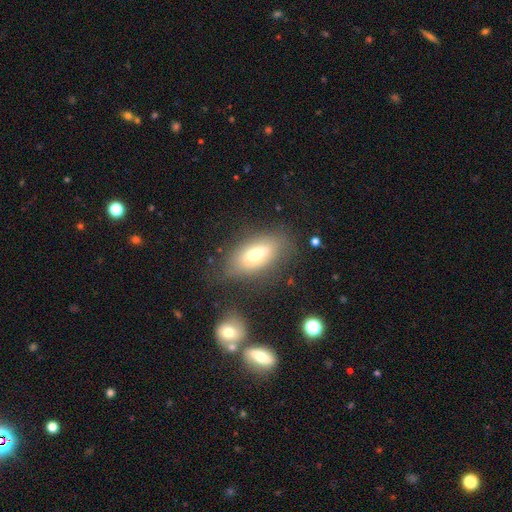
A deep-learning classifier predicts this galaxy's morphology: The model was most divided on "smooth or featured": smooth: 64%, featured or disk: 27%, star or artifact: 9%. More confident: how rounded — in between (85%); merging — none (74%).